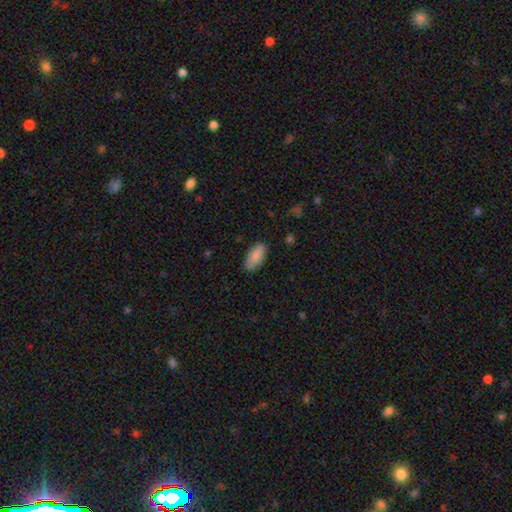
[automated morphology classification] Overall: smooth (87%). How rounded: in between (91%). Merging: none (84%).